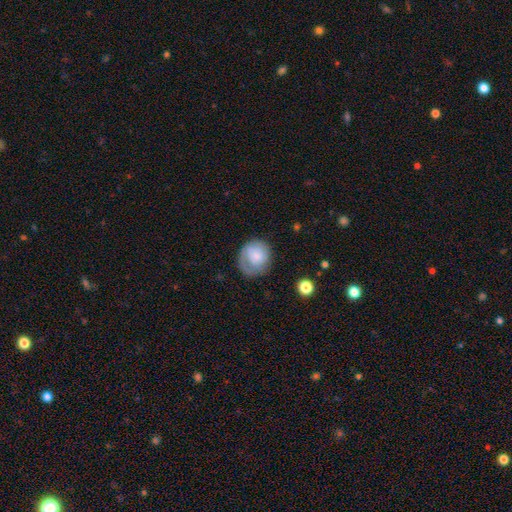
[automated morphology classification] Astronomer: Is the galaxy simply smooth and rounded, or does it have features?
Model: smooth — 63%.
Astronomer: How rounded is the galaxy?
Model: round — 75%.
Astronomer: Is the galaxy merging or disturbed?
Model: none — 57%.